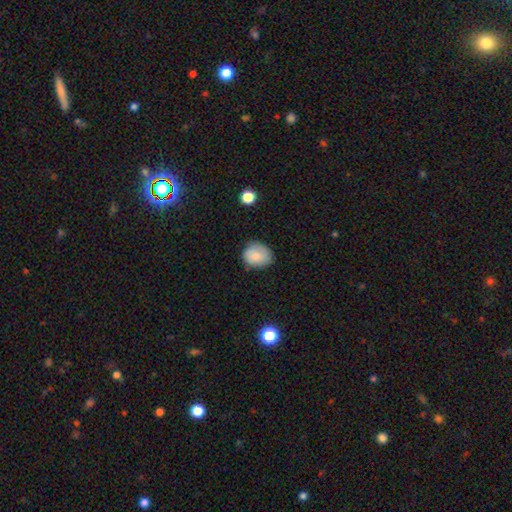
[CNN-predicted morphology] Smooth or featured? Predicted: smooth (p=0.82). How rounded? Predicted: round (p=0.59). Merging? Predicted: none (p=0.71).